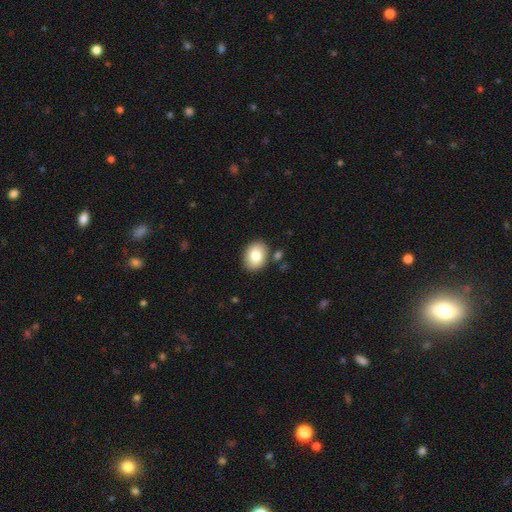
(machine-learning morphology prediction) A smooth galaxy with no disk features (83%) that is in between round and cigar-shaped (67%).

Vote fractions:
- Smooth or featured? smooth: 83% / featured or disk: 10% / star or artifact: 8%
- How rounded? in between: 67% / round: 32% / cigar-shaped: 1%
- Merging? none: 85% / minor disturbance: 9% / merger: 4% / major disturbance: 2%